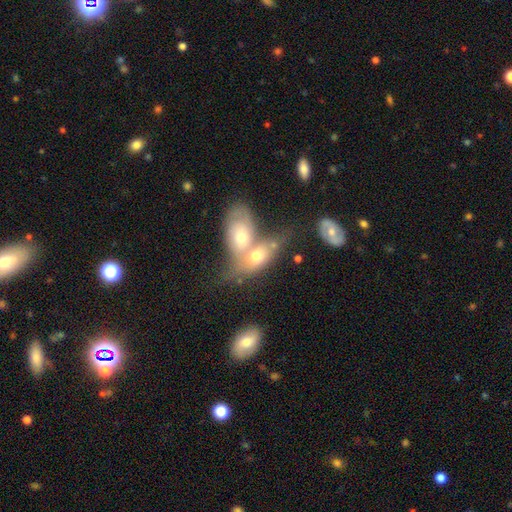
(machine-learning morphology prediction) smooth-or-featured: smooth: 57% | featured or disk: 35% | star or artifact: 8%
  how-rounded: in between: 82% | round: 12% | cigar-shaped: 7%
  merging: merger: 76% | none: 13% | minor disturbance: 6% | major disturbance: 5%